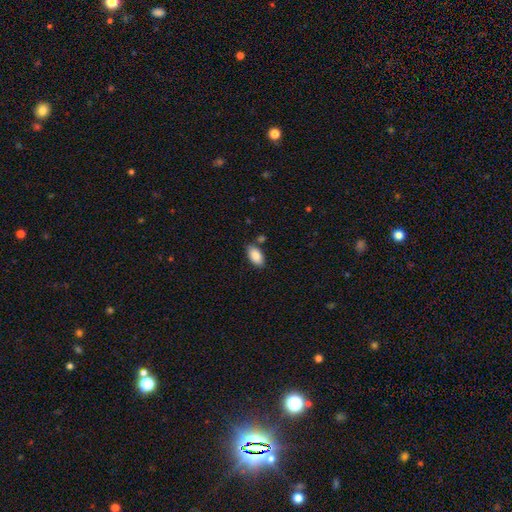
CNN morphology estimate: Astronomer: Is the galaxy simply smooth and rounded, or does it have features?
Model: smooth — 87%.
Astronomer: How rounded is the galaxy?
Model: in between — 94%.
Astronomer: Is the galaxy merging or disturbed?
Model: none — 81%.